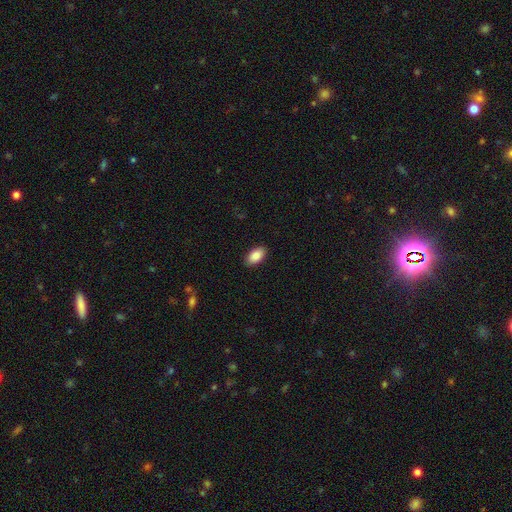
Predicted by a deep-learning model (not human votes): A smooth galaxy with no disk features (87%) that is in between round and cigar-shaped (94%). Merging: none (90%).